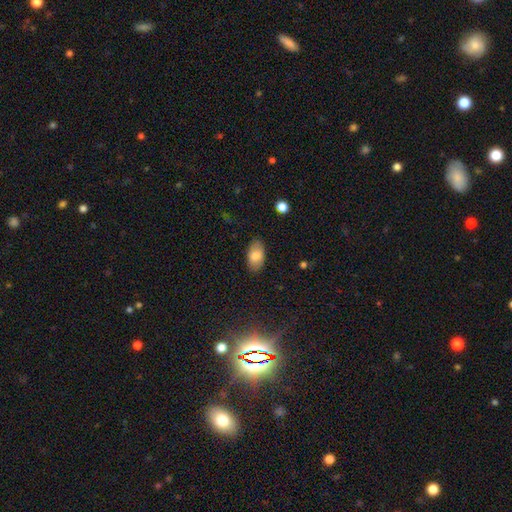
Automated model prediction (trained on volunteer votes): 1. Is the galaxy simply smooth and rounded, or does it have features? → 82% smooth, 11% featured or disk, 8% star or artifact.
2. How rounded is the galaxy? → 94% in between, 4% round, 2% cigar-shaped.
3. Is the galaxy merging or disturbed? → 84% none, 12% minor disturbance, 3% major disturbance, 1% merger.